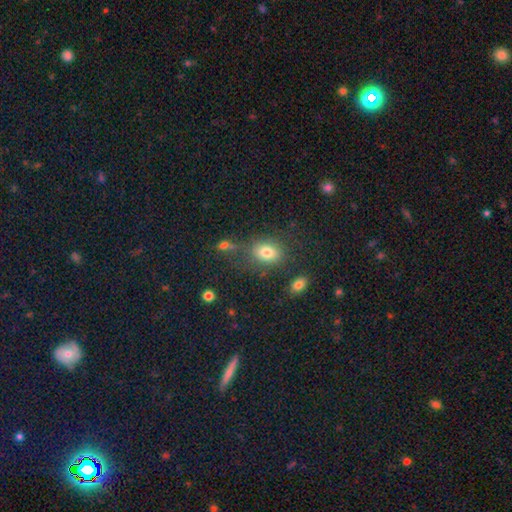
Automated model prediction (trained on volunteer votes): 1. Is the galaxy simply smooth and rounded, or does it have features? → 58% smooth, 33% star or artifact, 9% featured or disk.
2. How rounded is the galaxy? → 62% round, 35% in between, 3% cigar-shaped.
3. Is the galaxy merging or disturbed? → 70% none, 14% minor disturbance, 11% merger, 5% major disturbance.